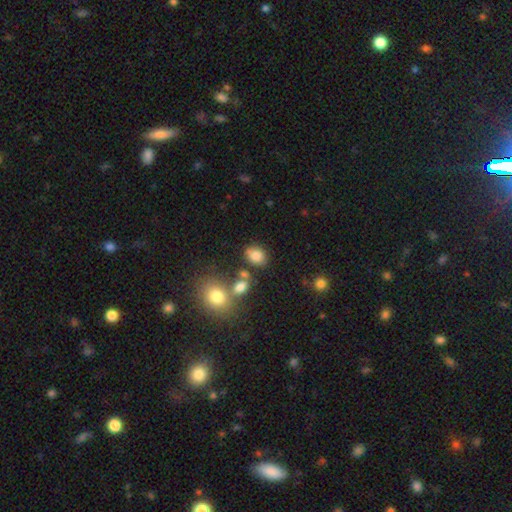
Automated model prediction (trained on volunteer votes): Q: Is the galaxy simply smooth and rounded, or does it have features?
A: smooth — 81%.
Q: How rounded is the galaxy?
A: in between — 66%.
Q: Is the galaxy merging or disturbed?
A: none — 68%.